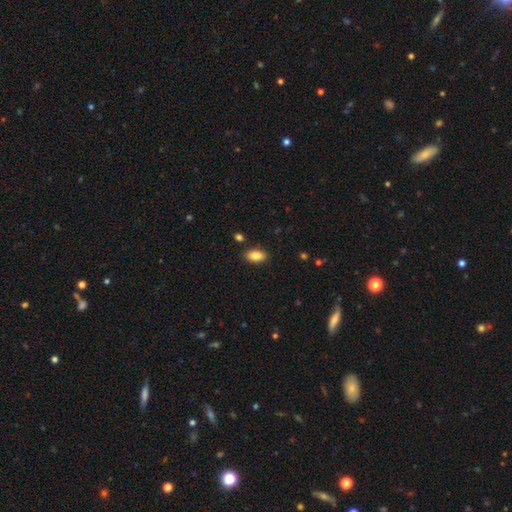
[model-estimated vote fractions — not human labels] smooth 86%, star or artifact 8%, featured or disk 7%. Down the decision tree: how rounded — in between (92%); merging — none (87%).